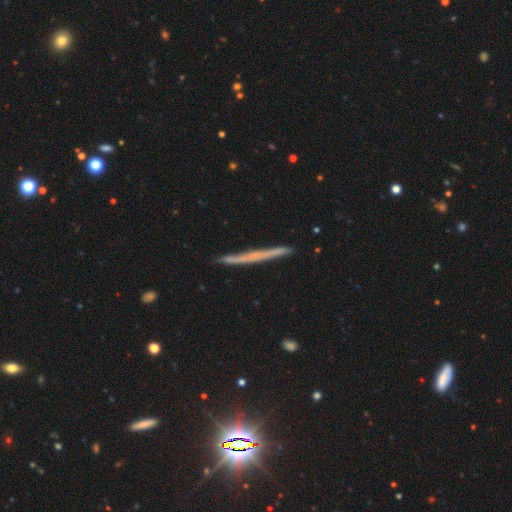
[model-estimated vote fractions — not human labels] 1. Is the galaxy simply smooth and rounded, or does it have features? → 49% featured or disk, 43% smooth, 8% star or artifact.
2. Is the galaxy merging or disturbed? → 89% none, 8% minor disturbance, 1% major disturbance, 1% merger.